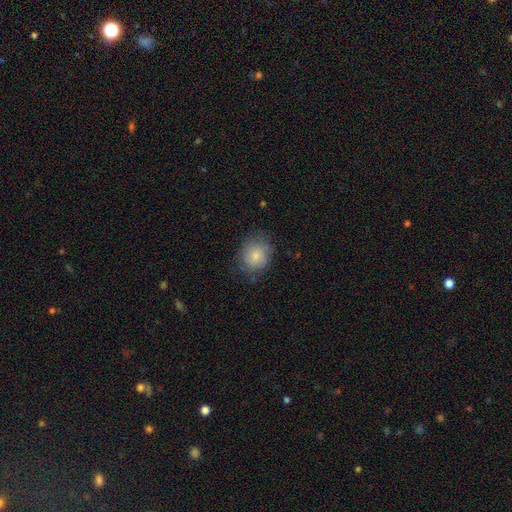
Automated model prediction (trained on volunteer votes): Overall: smooth (80%). How rounded: round (71%). Merging: none (72%).